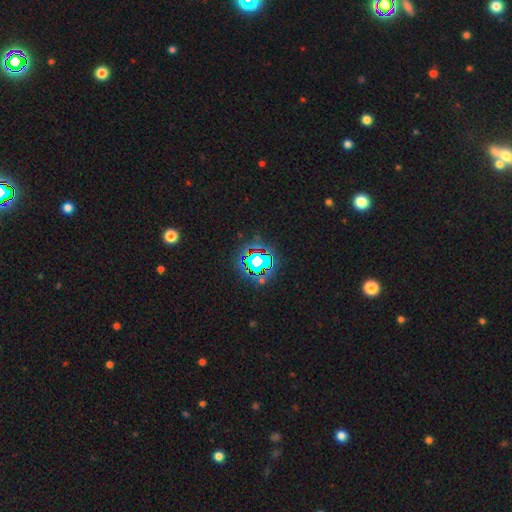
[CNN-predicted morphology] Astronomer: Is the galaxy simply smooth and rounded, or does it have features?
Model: star or artifact — 73%.